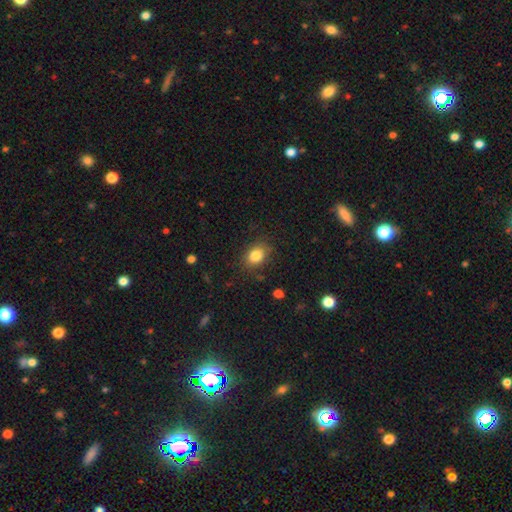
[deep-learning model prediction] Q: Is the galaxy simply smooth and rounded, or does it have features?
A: smooth — 83%.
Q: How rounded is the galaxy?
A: in between — 67%.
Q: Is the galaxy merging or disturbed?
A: none — 81%.